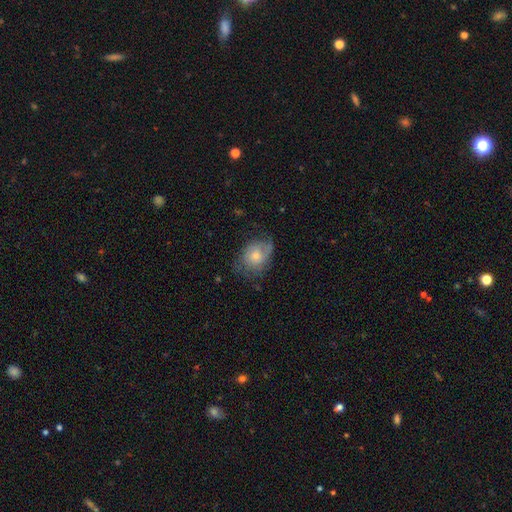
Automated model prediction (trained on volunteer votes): A smooth galaxy with no disk features (51%) that is in between round and cigar-shaped (59%). Merging: none (52%).